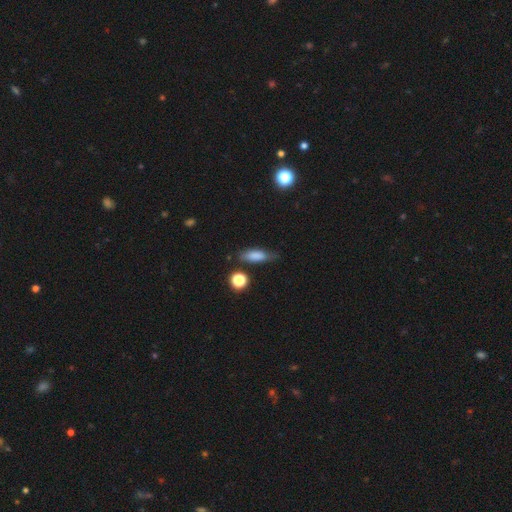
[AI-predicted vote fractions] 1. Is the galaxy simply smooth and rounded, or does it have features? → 77% smooth, 13% featured or disk, 9% star or artifact.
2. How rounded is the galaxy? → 58% in between, 37% cigar-shaped, 5% round.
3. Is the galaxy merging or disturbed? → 68% none, 22% minor disturbance, 6% major disturbance, 4% merger.